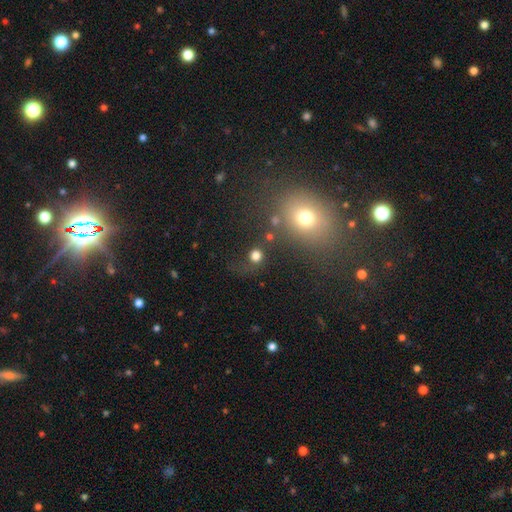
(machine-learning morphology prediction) This appears to be a smooth galaxy with no disk features (76%) that is round (87%). Merging: none (67%).